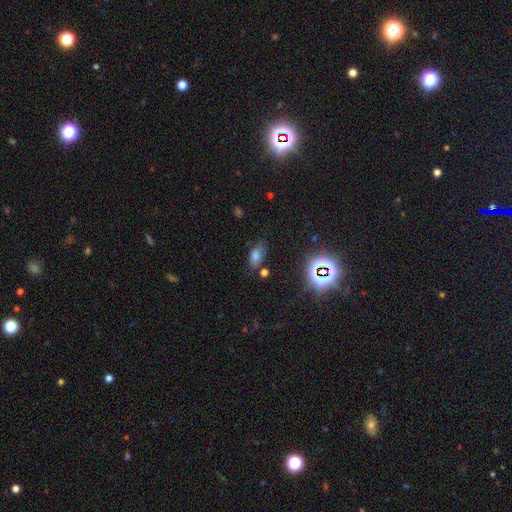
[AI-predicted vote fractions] Q: Smooth or featured?
A: smooth (69%); runner-up: star or artifact (20%)
Q: How rounded?
A: in between (89%); runner-up: round (7%)
Q: Merging?
A: none (69%); runner-up: minor disturbance (20%)